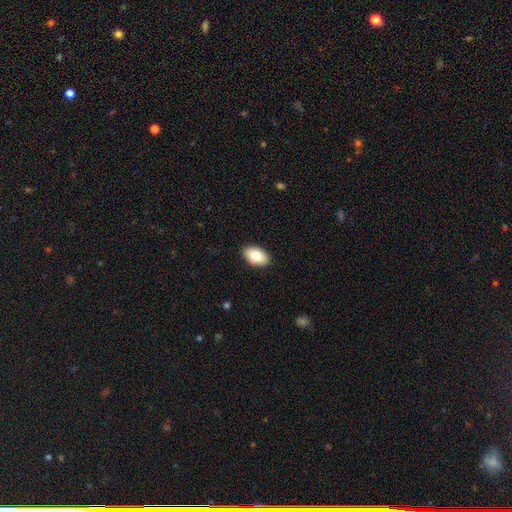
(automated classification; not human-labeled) A smooth galaxy with no disk features (79%) that is in between round and cigar-shaped (92%). Merging: none (89%).